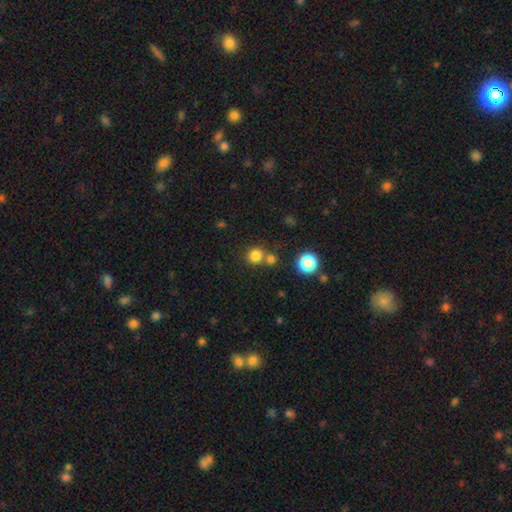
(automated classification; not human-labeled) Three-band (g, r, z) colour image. It shows a smooth galaxy with no disk features (79%) that is round (89%). Merging: none (63%).